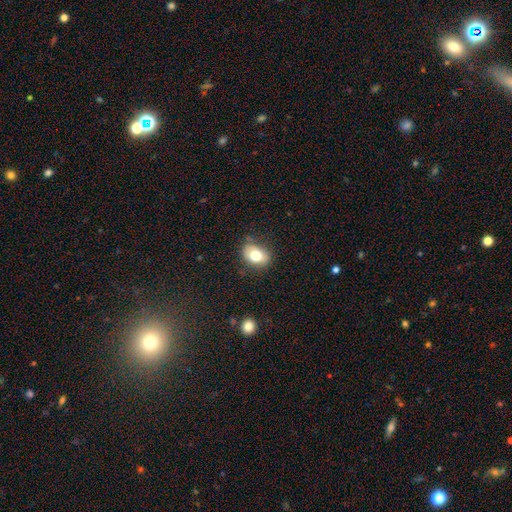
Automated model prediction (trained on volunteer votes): Smooth or featured: smooth — 75% (featured or disk — 15%)
How rounded: in between — 72% (round — 27%)
Merging: none — 74% (minor disturbance — 19%)